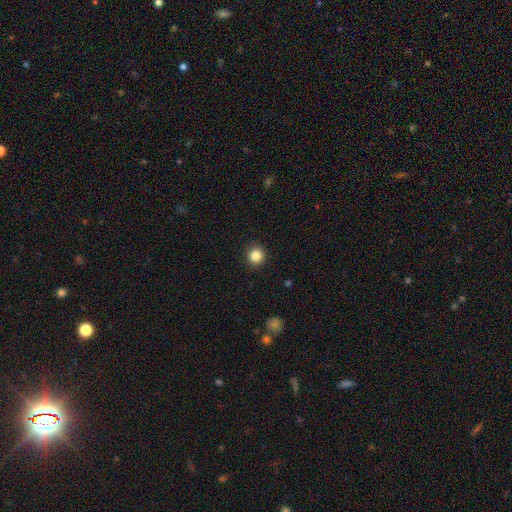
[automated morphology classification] Smooth or featured?
  - smooth: 85% *
  - star or artifact: 11%
  - featured or disk: 4%
How rounded?
  - round: 94% *
  - in between: 5%
  - cigar-shaped: 1%
Merging?
  - none: 92% *
  - minor disturbance: 5%
  - major disturbance: 2%
  - merger: 1%